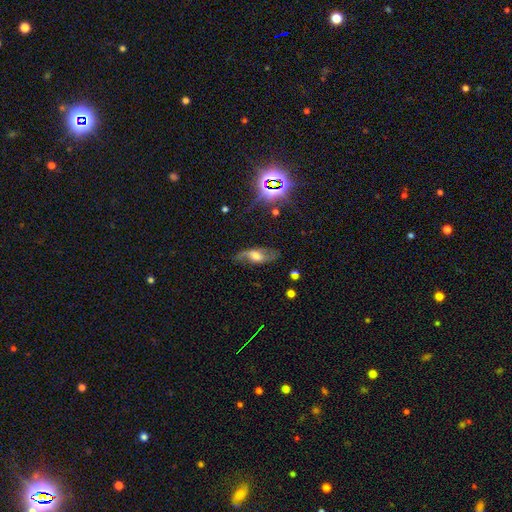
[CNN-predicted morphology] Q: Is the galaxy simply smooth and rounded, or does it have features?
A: featured or disk — 61%.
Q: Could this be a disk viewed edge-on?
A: no — 79%.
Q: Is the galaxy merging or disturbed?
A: none — 68%.